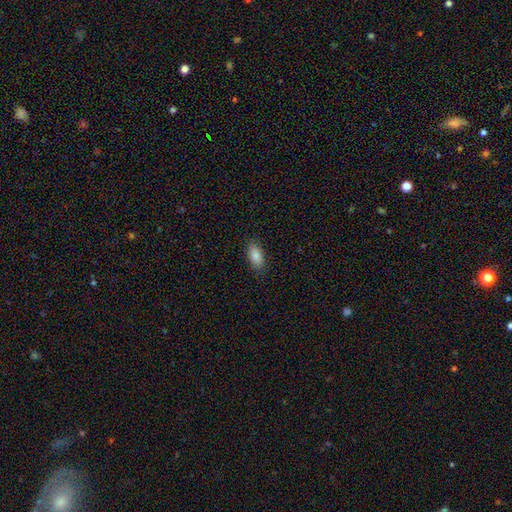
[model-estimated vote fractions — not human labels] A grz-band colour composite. It shows a smooth galaxy with no disk features (86%) that is in between round and cigar-shaped (89%). Merging: none (87%).